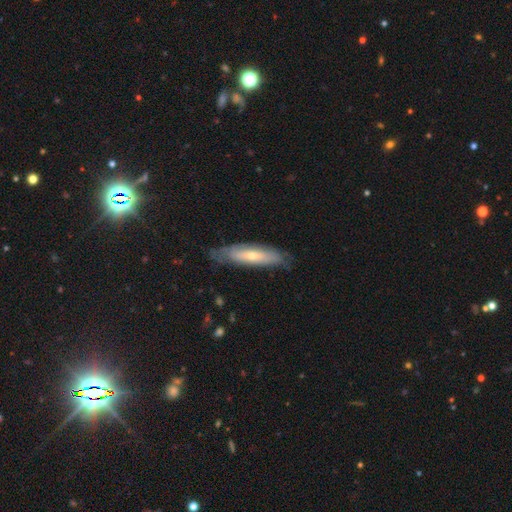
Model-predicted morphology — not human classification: A featured or disk galaxy (53%) viewed edge-on (53%).

Vote fractions:
- Smooth or featured? featured or disk: 53% / smooth: 37% / star or artifact: 9%
- Edge-on disk? yes: 53% / no: 47%
- Merging? none: 79% / minor disturbance: 16% / major disturbance: 4% / merger: 1%